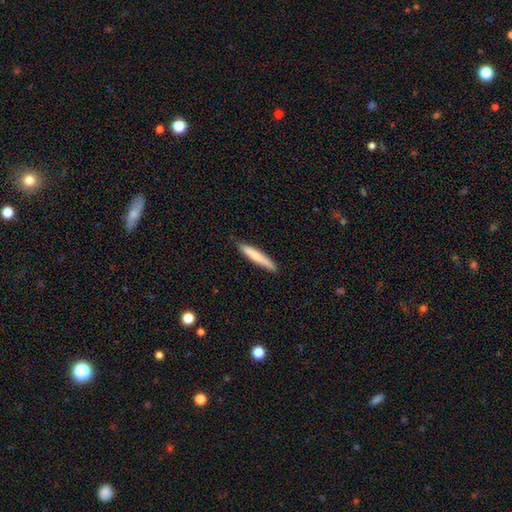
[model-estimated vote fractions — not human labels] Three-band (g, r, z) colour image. It shows a smooth galaxy with no disk features (76%) that is cigar-shaped (94%). Merging: none (88%).